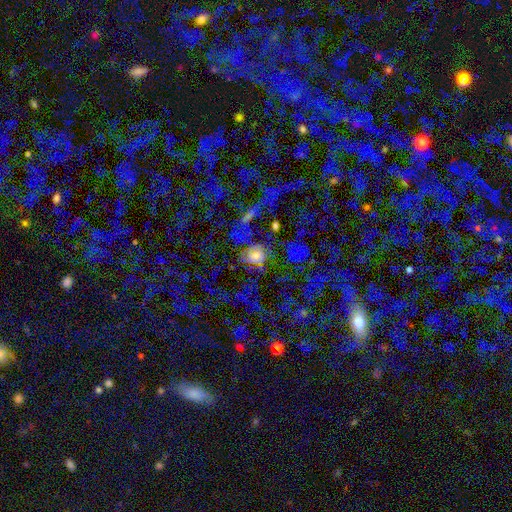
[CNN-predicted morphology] Smooth or featured: smooth — 42% (featured or disk — 29%)
Merging: none — 54% (major disturbance — 18%)